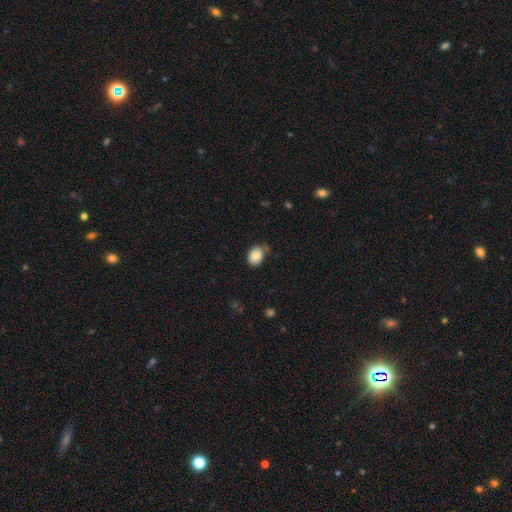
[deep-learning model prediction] Morphology: type=smooth (85%); roundness=in between (65%); merging=none (70%).